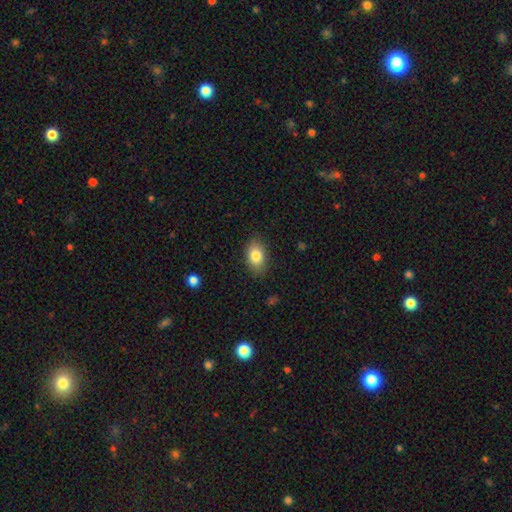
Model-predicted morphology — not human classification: A smooth galaxy with no disk features (82%) that is in between round and cigar-shaped (87%). Merging: none (85%).